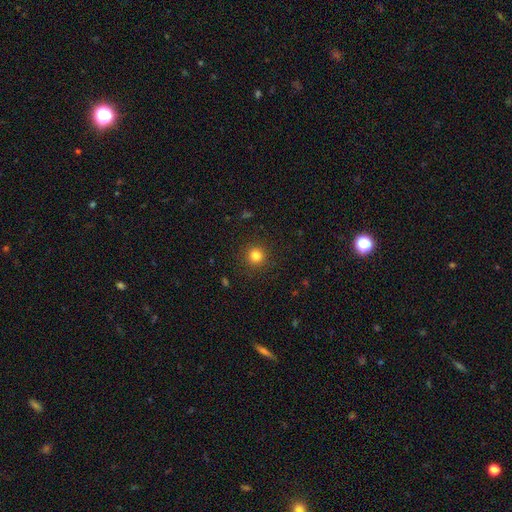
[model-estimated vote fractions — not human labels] Overall: smooth (82%). How rounded: round (95%). Merging: none (91%).